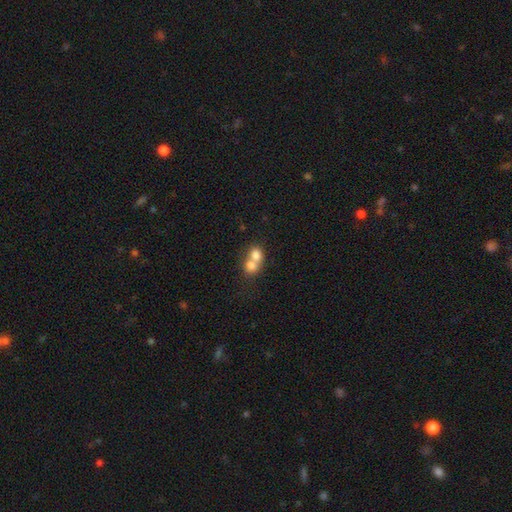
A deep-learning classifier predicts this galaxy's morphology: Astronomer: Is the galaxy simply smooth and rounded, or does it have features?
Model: smooth — 74%.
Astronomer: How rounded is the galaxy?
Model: round — 66%.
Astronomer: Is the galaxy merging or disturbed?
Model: merger — 73%.